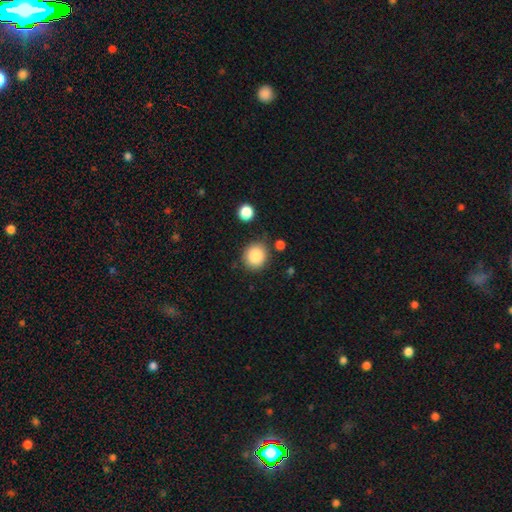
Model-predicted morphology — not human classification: Q: Smooth or featured?
A: smooth (87%); runner-up: star or artifact (8%)
Q: How rounded?
A: round (82%); runner-up: in between (17%)
Q: Merging?
A: none (81%); runner-up: minor disturbance (11%)